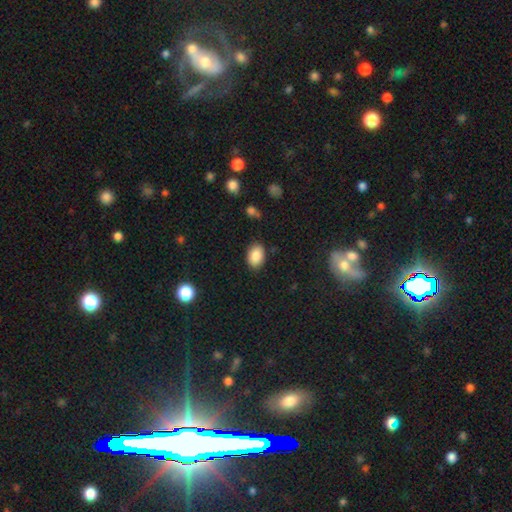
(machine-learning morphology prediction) Smooth or featured? Predicted: smooth (p=0.88). How rounded? Predicted: in between (p=0.83). Merging? Predicted: none (p=0.86).